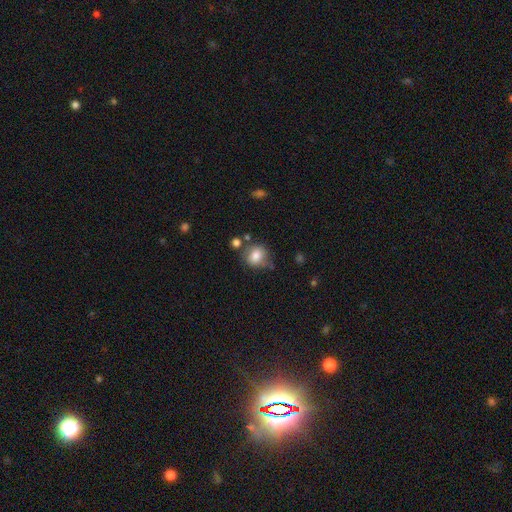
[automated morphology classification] Smooth or featured: smooth — 78% (featured or disk — 12%)
How rounded: round — 77% (in between — 22%)
Merging: none — 64% (minor disturbance — 19%)